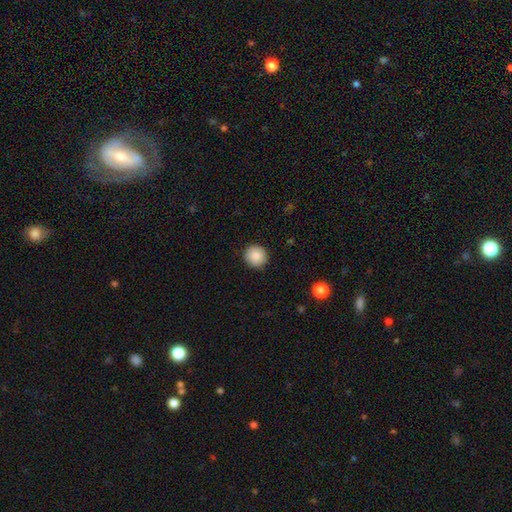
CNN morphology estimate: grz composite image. It shows a smooth galaxy with no disk features (88%) that is round (90%). Merging: none (91%).